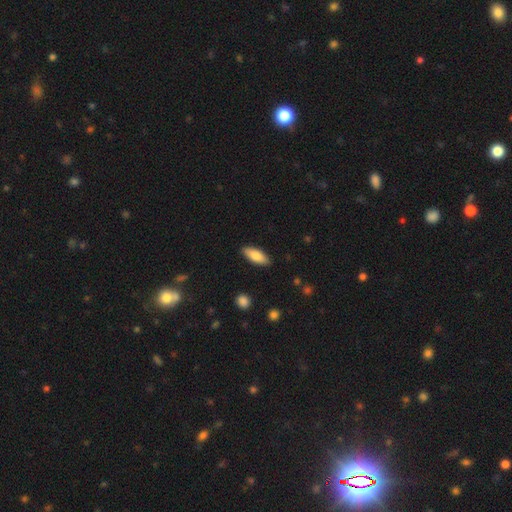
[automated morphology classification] Smooth or featured? smooth (83%)
How rounded? in between (76%)
Merging? none (88%)